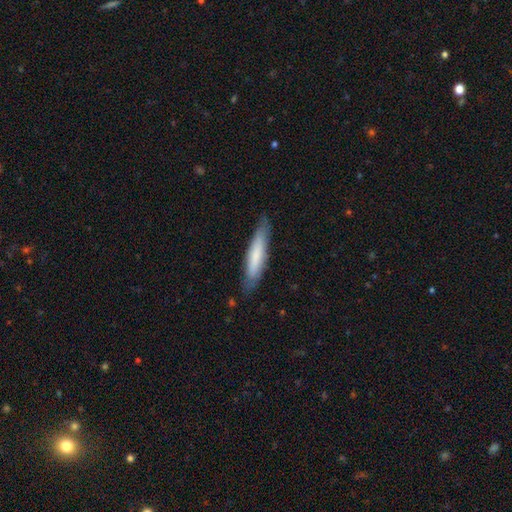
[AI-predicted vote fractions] This is likely a smooth galaxy (69%). How rounded: clearly cigar-shaped (86%). Merging: clearly none (83%).